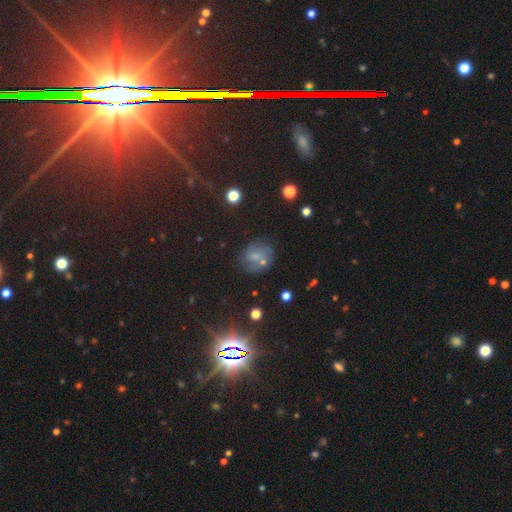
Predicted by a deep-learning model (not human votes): smooth_or_featured: smooth (p=0.43) [alt: featured or disk p=0.32]
merging: none (p=0.58) [alt: minor disturbance p=0.20]